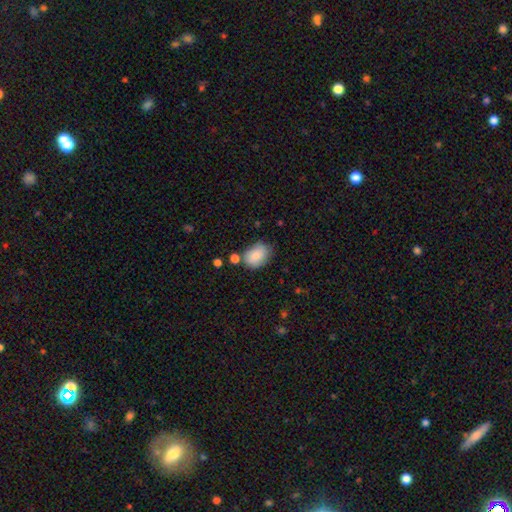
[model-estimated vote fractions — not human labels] Smooth or featured? Predicted: smooth (p=0.84). How rounded? Predicted: in between (p=0.78). Merging? Predicted: none (p=0.64).